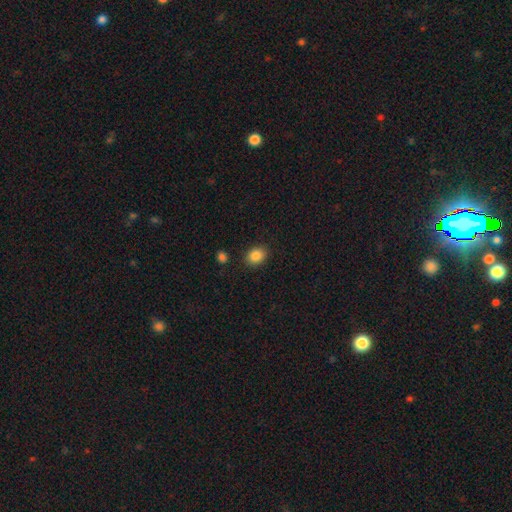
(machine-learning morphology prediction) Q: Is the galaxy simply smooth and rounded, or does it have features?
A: smooth — 87%.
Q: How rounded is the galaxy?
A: in between — 53%.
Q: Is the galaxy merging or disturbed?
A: none — 86%.